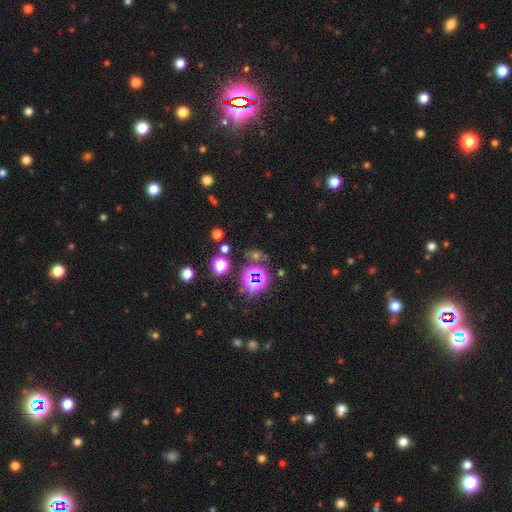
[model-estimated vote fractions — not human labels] The model was most divided on "smooth or featured": star or artifact: 66%, smooth: 24%, featured or disk: 9%.